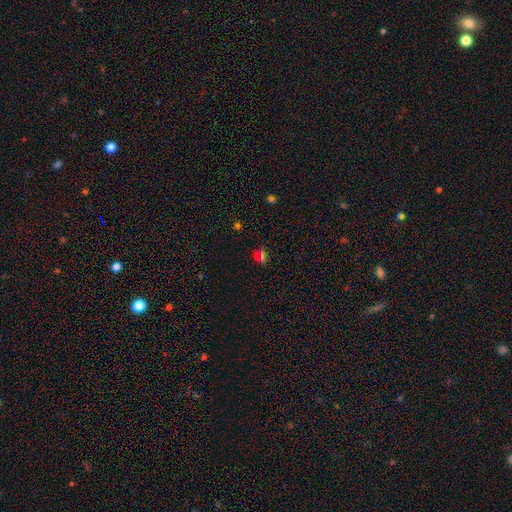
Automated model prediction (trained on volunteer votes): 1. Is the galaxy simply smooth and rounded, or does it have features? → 54% smooth, 38% star or artifact, 8% featured or disk.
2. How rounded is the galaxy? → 81% round, 17% in between, 2% cigar-shaped.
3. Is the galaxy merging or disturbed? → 82% none, 10% minor disturbance, 4% merger, 4% major disturbance.